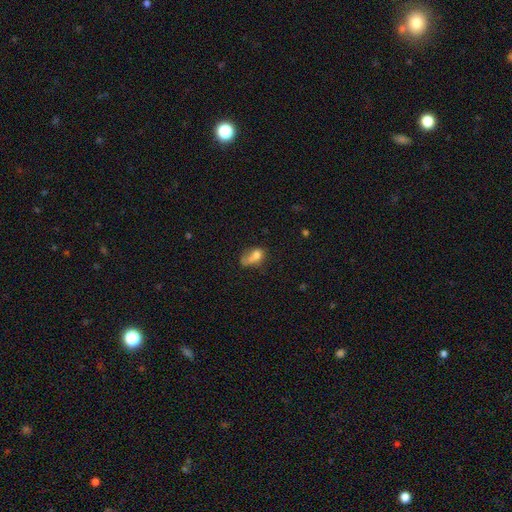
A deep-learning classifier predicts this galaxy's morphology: This appears to be a smooth galaxy with no disk features (67%) that is in between round and cigar-shaped (70%). Merging: merger (36%).